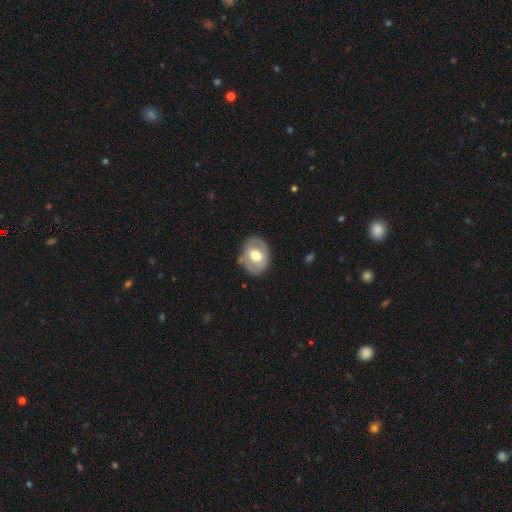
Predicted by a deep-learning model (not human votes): Smooth or featured: featured or disk — 53% (smooth — 41%)
Edge-on disk: no — 94% (yes — 6%)
Bar: no — 48% (weak — 36%)
Spiral arms: no — 64% (yes — 36%)
Bulge size: moderate — 62% (large — 29%)
Merging: none — 71% (minor disturbance — 20%)